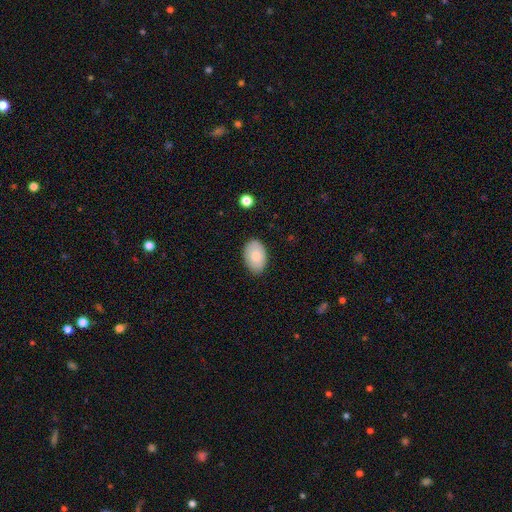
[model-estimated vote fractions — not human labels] smooth_or_featured: smooth (p=0.84) [alt: featured or disk p=0.10]
how_rounded: in between (p=0.91) [alt: round p=0.08]
merging: none (p=0.84) [alt: minor disturbance p=0.12]